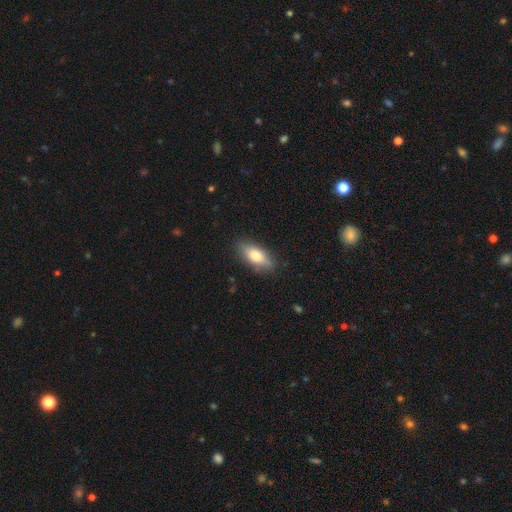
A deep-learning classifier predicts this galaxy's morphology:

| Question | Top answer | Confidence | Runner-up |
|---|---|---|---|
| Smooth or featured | smooth | 73% | featured or disk (21%) |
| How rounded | in between | 77% | cigar-shaped (20%) |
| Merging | none | 82% | minor disturbance (14%) |